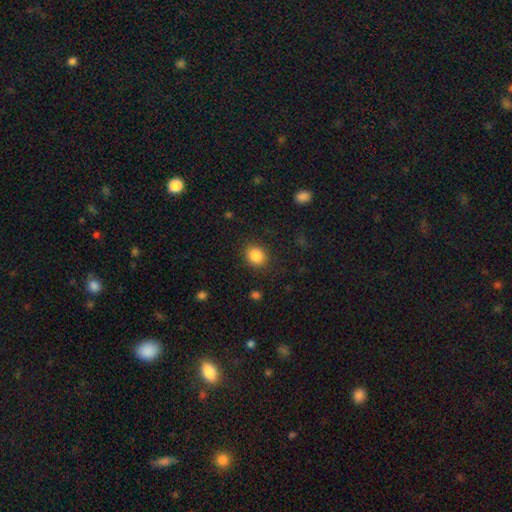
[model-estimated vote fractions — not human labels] Smooth or featured?
  - smooth: 86% *
  - star or artifact: 10%
  - featured or disk: 5%
How rounded?
  - round: 76% *
  - in between: 24%
  - cigar-shaped: 1%
Merging?
  - none: 88% *
  - minor disturbance: 8%
  - major disturbance: 3%
  - merger: 1%